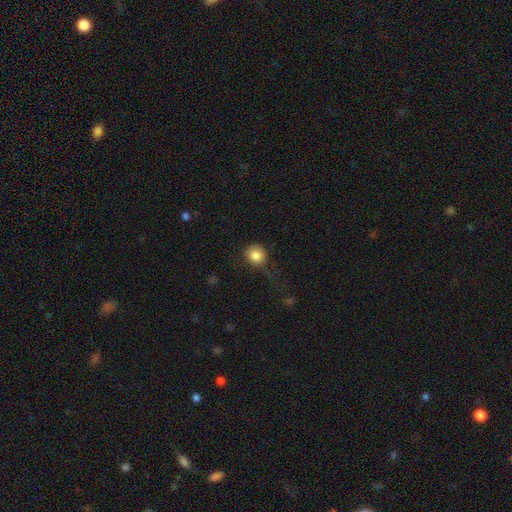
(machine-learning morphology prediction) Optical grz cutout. It shows a smooth galaxy with no disk features (84%) that is round (84%). Merging: none (60%).